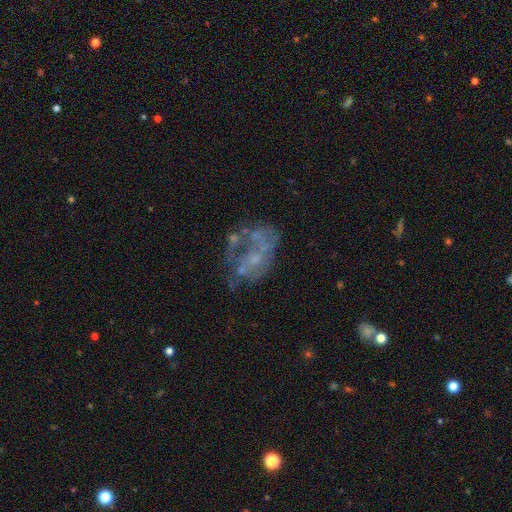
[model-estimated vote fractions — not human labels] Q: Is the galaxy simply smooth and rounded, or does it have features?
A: featured or disk — 64%.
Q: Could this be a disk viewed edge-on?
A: no — 98%.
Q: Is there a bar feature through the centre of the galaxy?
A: no — 89%.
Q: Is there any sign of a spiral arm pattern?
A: no — 82%.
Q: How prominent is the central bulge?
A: none — 54%.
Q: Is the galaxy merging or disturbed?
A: none — 37%.